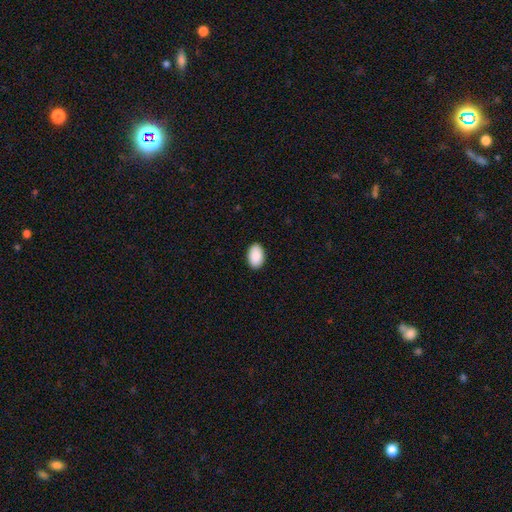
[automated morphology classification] smooth-or-featured: smooth: 91% | star or artifact: 6% | featured or disk: 3%
  how-rounded: in between: 92% | round: 7% | cigar-shaped: 1%
  merging: none: 90% | minor disturbance: 7% | major disturbance: 2% | merger: 1%